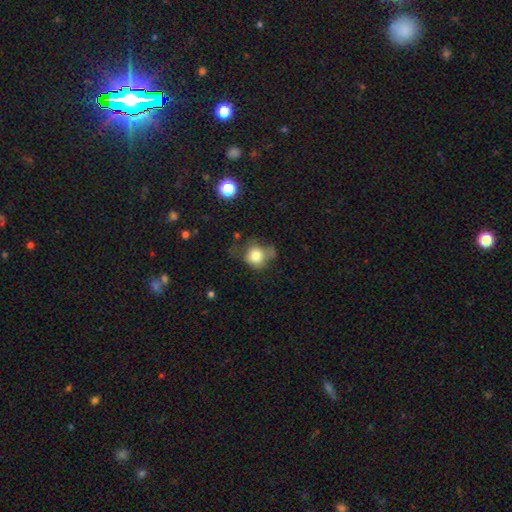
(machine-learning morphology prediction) A smooth galaxy with no disk features (76%) that is round (75%).

Vote fractions:
- Smooth or featured? smooth: 76% / featured or disk: 13% / star or artifact: 10%
- How rounded? round: 75% / in between: 24% / cigar-shaped: 1%
- Merging? none: 43% / minor disturbance: 30% / major disturbance: 19% / merger: 9%